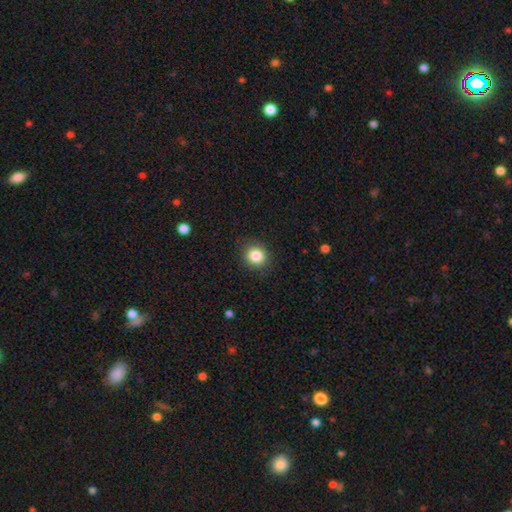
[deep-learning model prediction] A smooth galaxy with no disk features (84%) that is round (83%). Merging: none (89%).